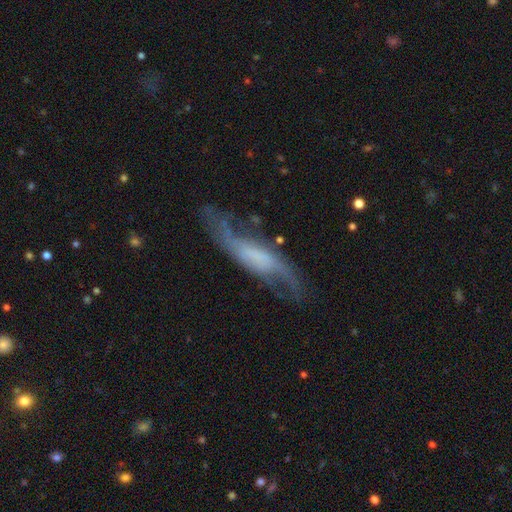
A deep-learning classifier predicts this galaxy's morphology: The model was most divided on "bar": no: 42%, weak: 38%, strong: 21%. More confident: spiral arms — yes (91%); spiral arm count — 2 (87%); edge-on disk — no (80%); smooth or featured — featured or disk (77%); spiral winding — loose (71%); merging — none (61%); bulge size — none (52%).